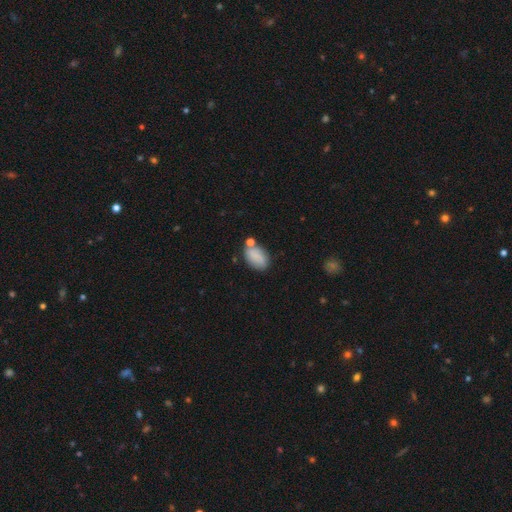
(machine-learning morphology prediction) Smooth or featured? smooth (79%)
How rounded? in between (87%)
Merging? none (60%)